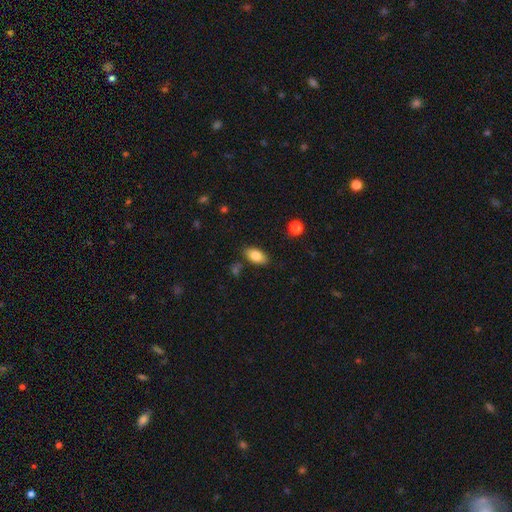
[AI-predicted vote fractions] A smooth galaxy with no disk features (83%) that is in between round and cigar-shaped (91%).

Vote fractions:
- Smooth or featured? smooth: 83% / featured or disk: 10% / star or artifact: 7%
- How rounded? in between: 91% / round: 4% / cigar-shaped: 4%
- Merging? none: 82% / minor disturbance: 12% / merger: 3% / major disturbance: 3%